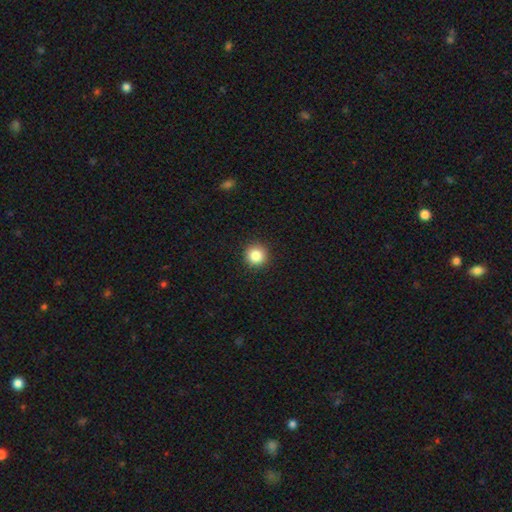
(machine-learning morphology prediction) Overall: smooth (86%). How rounded: round (95%). Merging: none (92%).